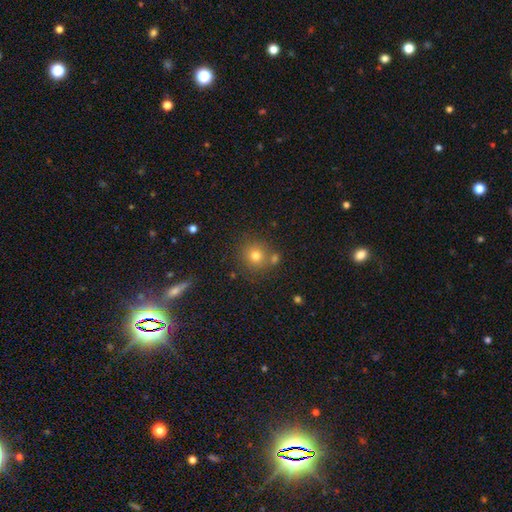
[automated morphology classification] Q: Smooth or featured?
A: smooth (75%); runner-up: star or artifact (16%)
Q: How rounded?
A: round (91%); runner-up: in between (8%)
Q: Merging?
A: none (73%); runner-up: merger (15%)